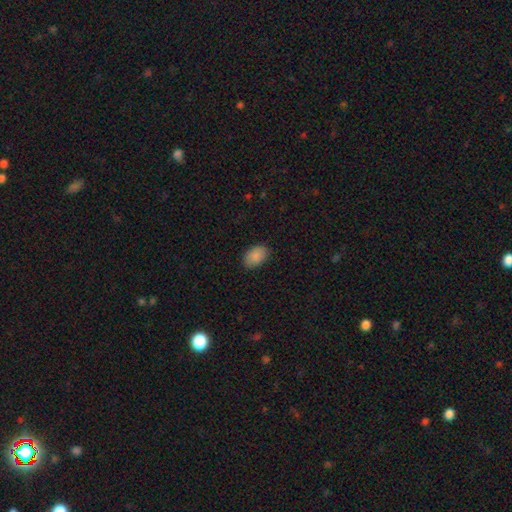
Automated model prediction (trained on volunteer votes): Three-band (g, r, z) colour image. It shows a smooth galaxy with no disk features (89%) that is in between round and cigar-shaped (90%). Merging: none (87%).